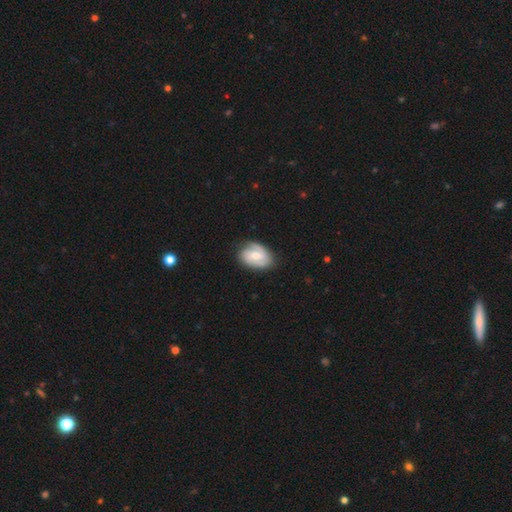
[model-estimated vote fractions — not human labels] This appears to be a featured or disk galaxy (65%) with a weak bar (44%), 2 (62%) tight (43%) spiral arms (88%) and a moderate central bulge (62%). Merging: none (74%).